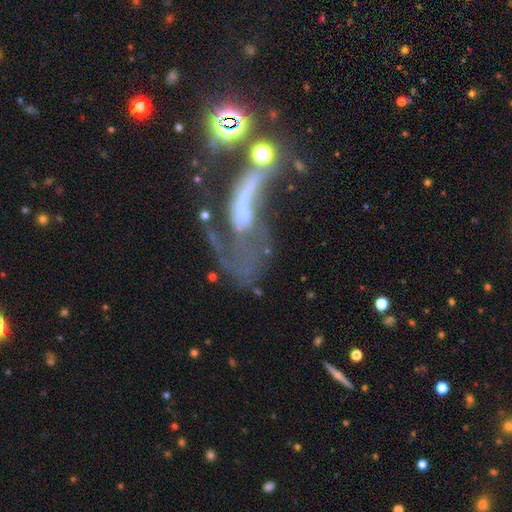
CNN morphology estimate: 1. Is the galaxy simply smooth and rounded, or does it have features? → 63% featured or disk, 22% star or artifact, 15% smooth.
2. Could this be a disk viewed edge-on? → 87% no, 13% yes.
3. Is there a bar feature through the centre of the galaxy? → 50% no, 28% weak, 22% strong.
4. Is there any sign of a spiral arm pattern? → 59% yes, 41% no.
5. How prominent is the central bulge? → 35% none, 32% small, 25% moderate, 5% large, 2% dominant.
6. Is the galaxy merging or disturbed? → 40% major disturbance, 28% merger, 21% none, 12% minor disturbance.